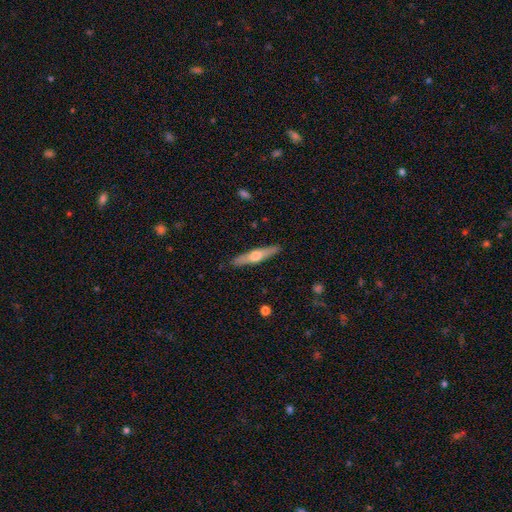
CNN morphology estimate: The model was most divided on "smooth or featured": featured or disk: 57%, smooth: 38%, star or artifact: 5%. More confident: edge-on disk — yes (95%); edge-on bulge — rounded (91%); merging — none (89%).